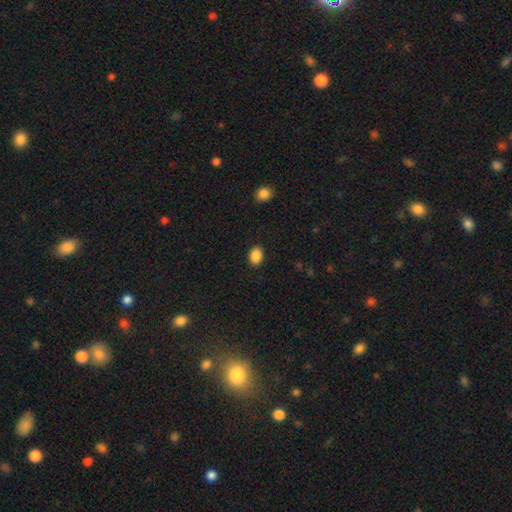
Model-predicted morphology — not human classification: This appears to be a smooth galaxy with no disk features (89%) that is in between round and cigar-shaped (75%). Merging: none (90%).